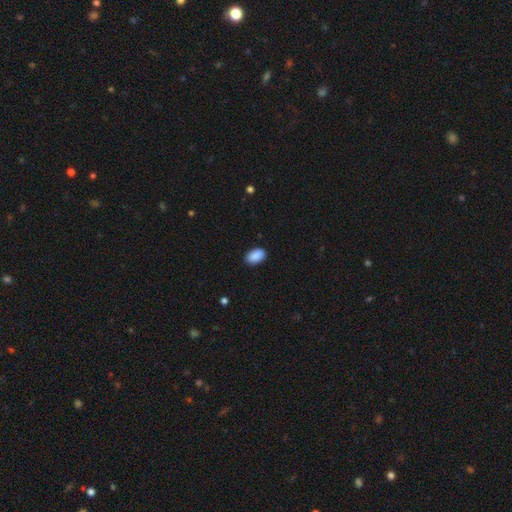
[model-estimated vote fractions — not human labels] A smooth galaxy with no disk features (90%) that is in between round and cigar-shaped (92%).

Vote fractions:
- Smooth or featured? smooth: 90% / star or artifact: 7% / featured or disk: 3%
- How rounded? in between: 92% / round: 7% / cigar-shaped: 1%
- Merging? none: 88% / minor disturbance: 9% / major disturbance: 2% / merger: 1%